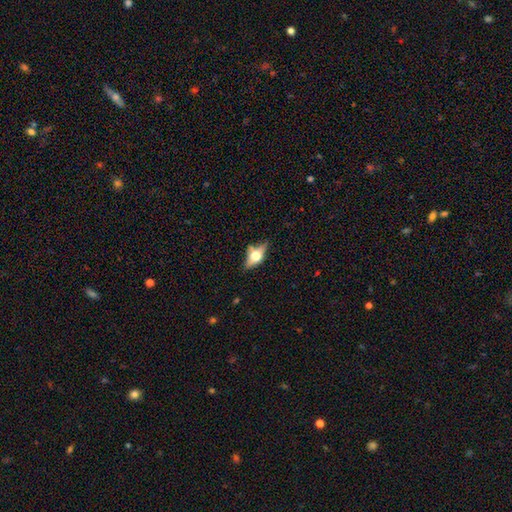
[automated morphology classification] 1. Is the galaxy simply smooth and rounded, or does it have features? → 52% featured or disk, 38% smooth, 10% star or artifact.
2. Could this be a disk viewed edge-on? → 82% yes, 18% no.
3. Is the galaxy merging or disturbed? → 64% none, 20% minor disturbance, 10% major disturbance, 7% merger.